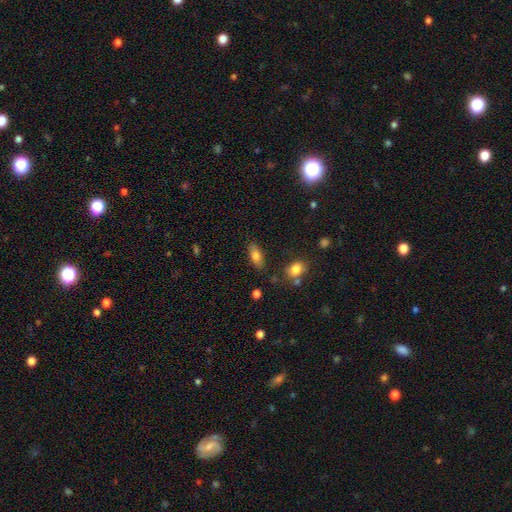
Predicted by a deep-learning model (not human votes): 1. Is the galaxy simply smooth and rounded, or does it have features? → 76% smooth, 15% featured or disk, 8% star or artifact.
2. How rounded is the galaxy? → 82% in between, 14% cigar-shaped, 4% round.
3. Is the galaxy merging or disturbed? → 79% none, 13% minor disturbance, 4% merger, 4% major disturbance.